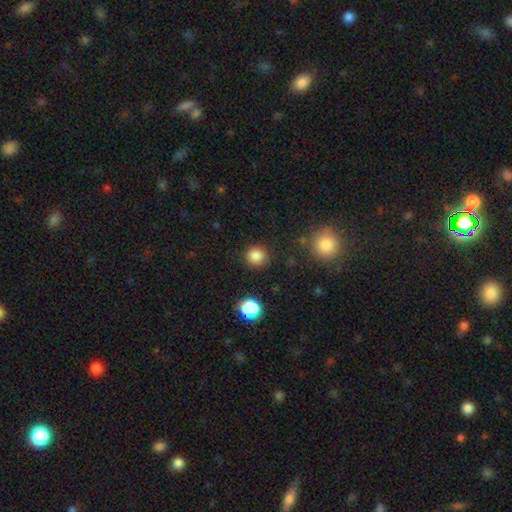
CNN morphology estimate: Smooth or featured: smooth — 84% (star or artifact — 12%)
How rounded: round — 92% (in between — 7%)
Merging: none — 89% (minor disturbance — 7%)